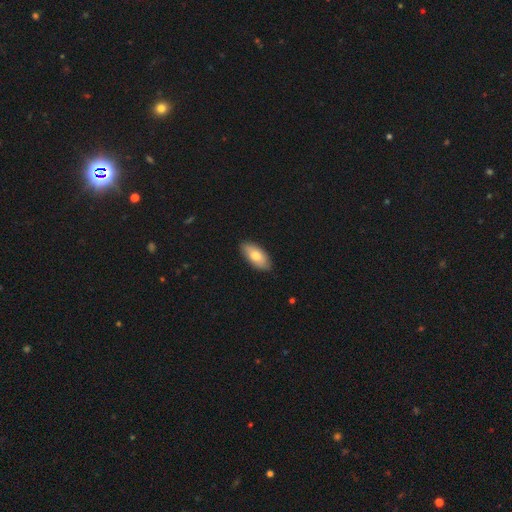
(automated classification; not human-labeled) smooth_or_featured: smooth (p=0.75) [alt: featured or disk p=0.20]
how_rounded: in between (p=0.91) [alt: cigar-shaped p=0.07]
merging: none (p=0.88) [alt: minor disturbance p=0.10]